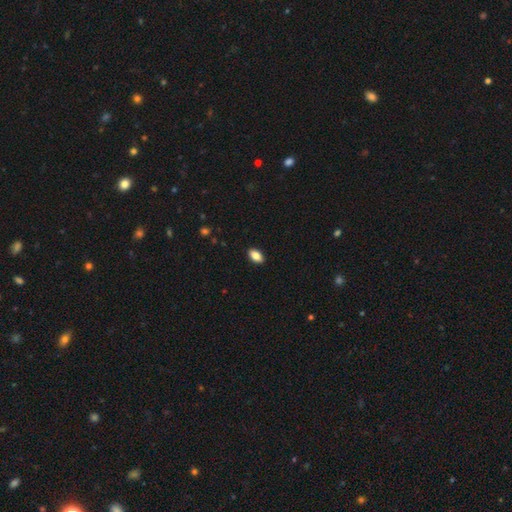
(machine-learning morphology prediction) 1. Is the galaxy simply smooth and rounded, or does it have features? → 86% smooth, 8% star or artifact, 6% featured or disk.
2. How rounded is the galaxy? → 92% in between, 6% round, 3% cigar-shaped.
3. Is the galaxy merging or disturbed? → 90% none, 7% minor disturbance, 2% major disturbance, 1% merger.